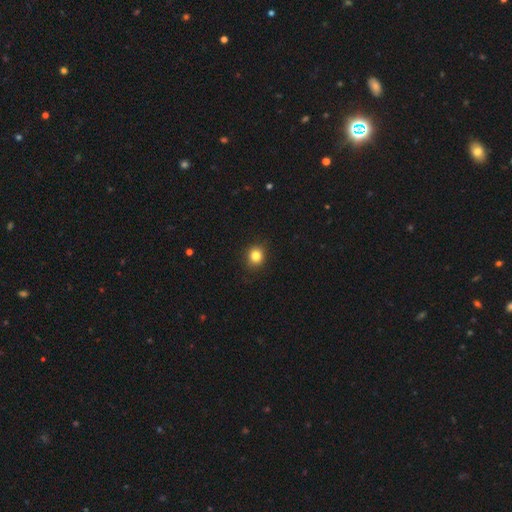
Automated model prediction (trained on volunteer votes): A smooth galaxy with no disk features (83%) that is round (78%).

Vote fractions:
- Smooth or featured? smooth: 83% / star or artifact: 11% / featured or disk: 5%
- How rounded? round: 78% / in between: 21% / cigar-shaped: 1%
- Merging? none: 89% / minor disturbance: 8% / major disturbance: 2% / merger: 1%